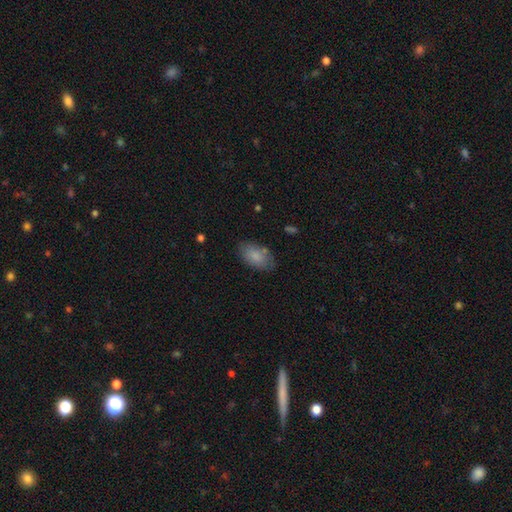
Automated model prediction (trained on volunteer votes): Smooth or featured?
  - smooth: 83% *
  - featured or disk: 10%
  - star or artifact: 7%
How rounded?
  - in between: 94% *
  - round: 5%
  - cigar-shaped: 2%
Merging?
  - none: 74% *
  - minor disturbance: 18%
  - major disturbance: 4%
  - merger: 4%